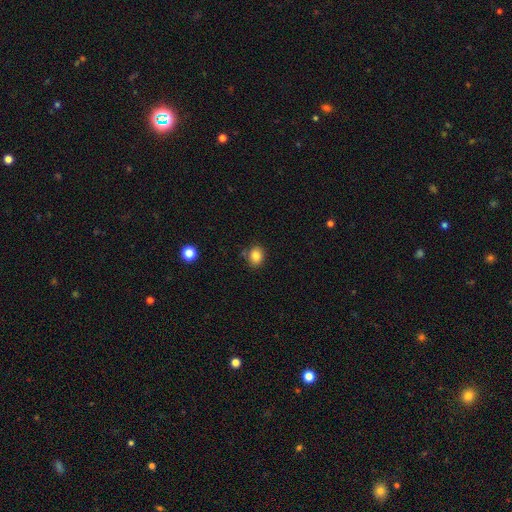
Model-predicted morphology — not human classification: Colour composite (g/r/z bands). It shows a smooth galaxy with no disk features (84%) that is round (61%). Merging: none (81%).